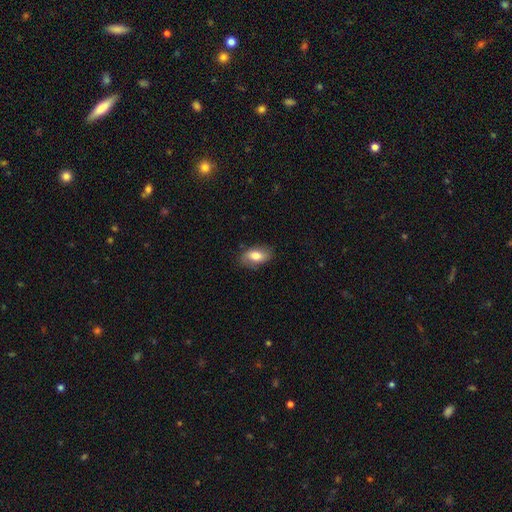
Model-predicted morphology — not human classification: A smooth galaxy with no disk features (72%) that is in between round and cigar-shaped (89%).

Vote fractions:
- Smooth or featured? smooth: 72% / featured or disk: 21% / star or artifact: 7%
- How rounded? in between: 89% / round: 8% / cigar-shaped: 3%
- Merging? none: 79% / minor disturbance: 16% / major disturbance: 4% / merger: 1%